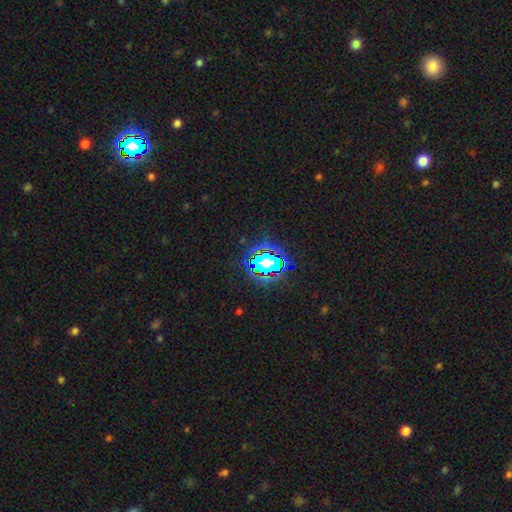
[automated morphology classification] Smooth or featured: star or artifact — 82% (smooth — 11%)